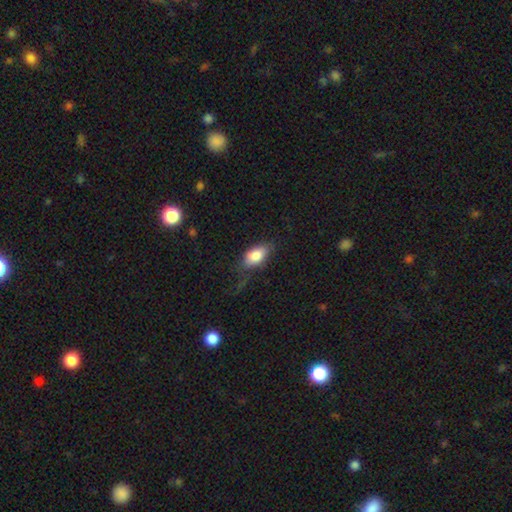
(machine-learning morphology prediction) smooth 81%, featured or disk 12%, star or artifact 7%. Down the decision tree: how rounded — in between (91%); merging — none (55%).